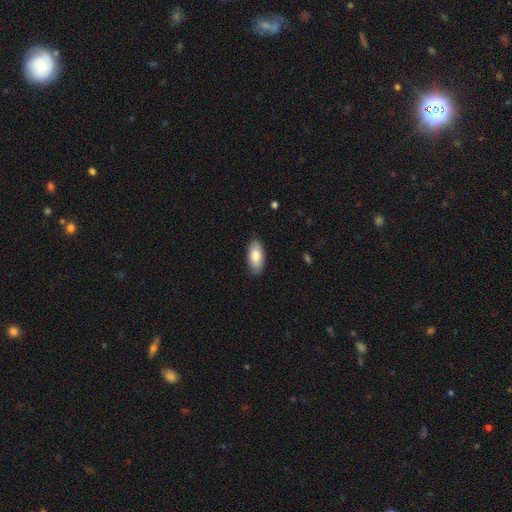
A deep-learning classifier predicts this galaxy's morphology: A smooth galaxy with no disk features (80%) that is in between round and cigar-shaped (91%).

Vote fractions:
- Smooth or featured? smooth: 80% / featured or disk: 14% / star or artifact: 6%
- How rounded? in between: 91% / cigar-shaped: 7% / round: 2%
- Merging? none: 88% / minor disturbance: 10% / major disturbance: 2% / merger: 1%